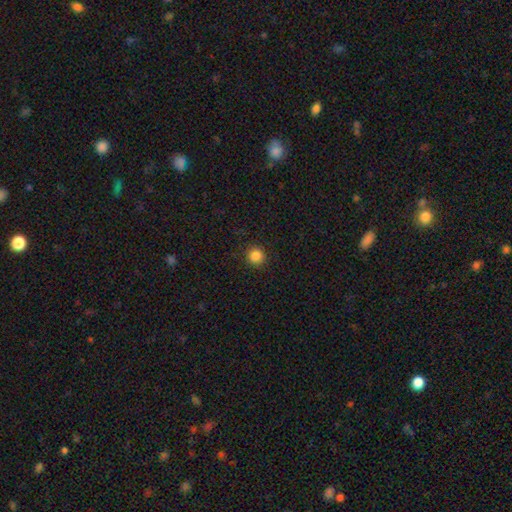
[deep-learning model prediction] A smooth galaxy with no disk features (85%) that is round (94%).

Vote fractions:
- Smooth or featured? smooth: 85% / star or artifact: 11% / featured or disk: 4%
- How rounded? round: 94% / in between: 5% / cigar-shaped: 1%
- Merging? none: 92% / minor disturbance: 5% / major disturbance: 2% / merger: 1%